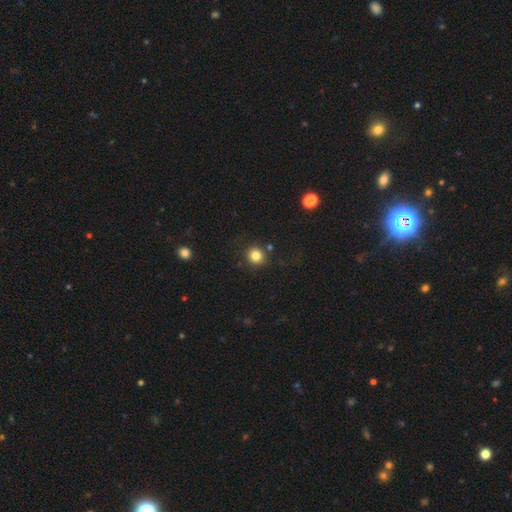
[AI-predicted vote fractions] Smooth or featured? Predicted: smooth (p=0.82). How rounded? Predicted: round (p=0.91). Merging? Predicted: none (p=0.86).